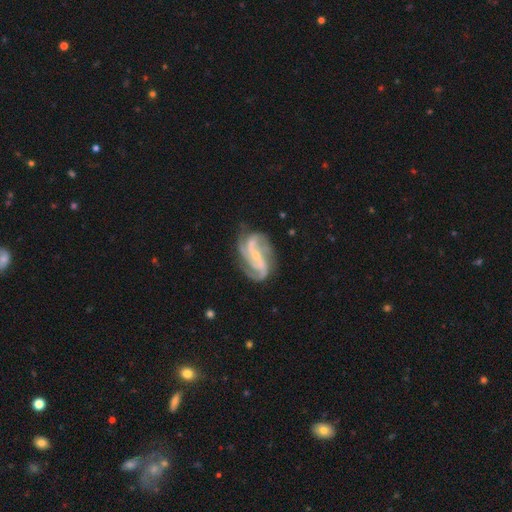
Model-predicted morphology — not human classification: Smooth or featured? featured or disk (90%)
Edge-on disk? no (97%)
Bar? weak (35%)
Spiral arms? yes (98%)
Spiral winding? medium (51%)
Spiral arm count? 3 (44%)
Bulge size? small (68%)
Merging? none (67%)